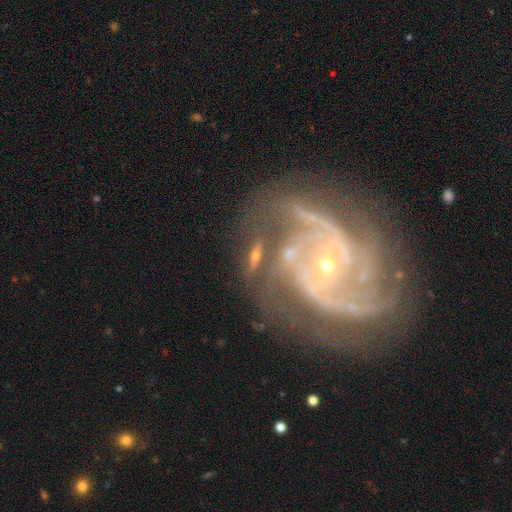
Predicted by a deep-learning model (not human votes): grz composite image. It shows a featured or disk galaxy (82%) with no bar (50%), 2 (30%) tight (50%) spiral arms (94%) and a small central bulge (80%). Merging: none (52%).